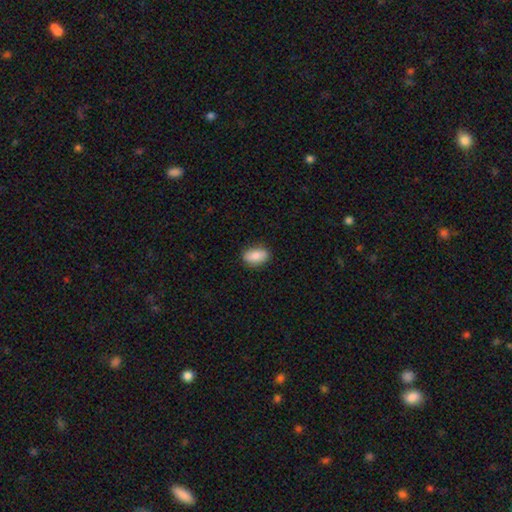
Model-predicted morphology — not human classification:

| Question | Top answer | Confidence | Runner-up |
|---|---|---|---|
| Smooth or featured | smooth | 85% | featured or disk (8%) |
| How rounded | in between | 89% | round (6%) |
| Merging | none | 86% | minor disturbance (11%) |